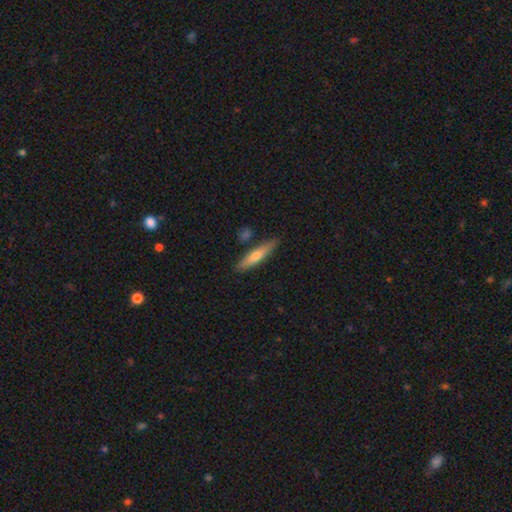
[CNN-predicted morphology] Smooth or featured?
  - smooth: 56% *
  - featured or disk: 38%
  - star or artifact: 6%
How rounded?
  - cigar-shaped: 86% *
  - in between: 13%
  - round: 2%
Merging?
  - none: 83% *
  - minor disturbance: 10%
  - merger: 5%
  - major disturbance: 2%